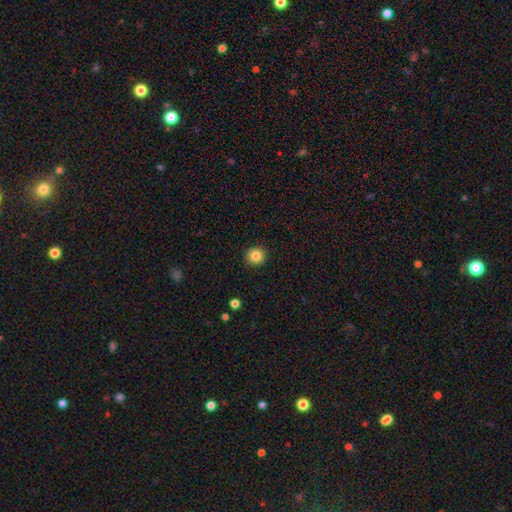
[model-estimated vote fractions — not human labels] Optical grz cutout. It shows a smooth galaxy with no disk features (84%) that is round (93%). Merging: none (92%).